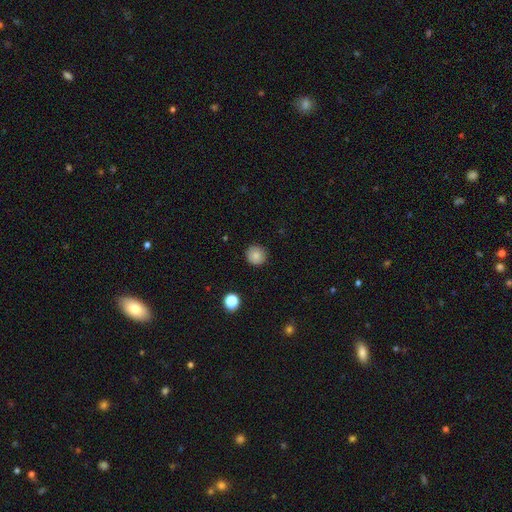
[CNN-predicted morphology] This is clearly a smooth galaxy (83%). How rounded: clearly round (94%). Merging: clearly none (90%).